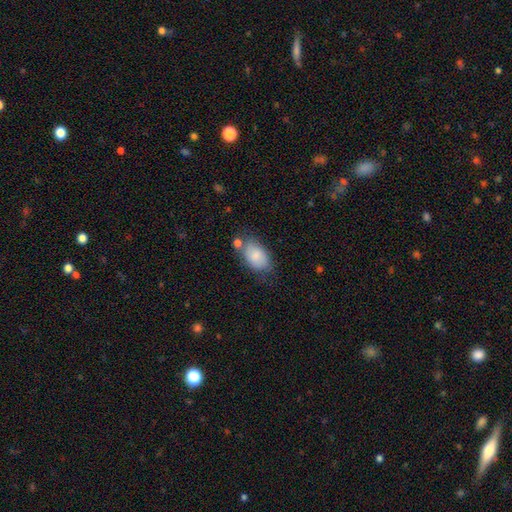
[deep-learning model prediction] Smooth or featured?
  - smooth: 83% *
  - featured or disk: 11%
  - star or artifact: 7%
How rounded?
  - in between: 91% *
  - round: 8%
  - cigar-shaped: 2%
Merging?
  - none: 57% *
  - minor disturbance: 24%
  - merger: 12%
  - major disturbance: 7%